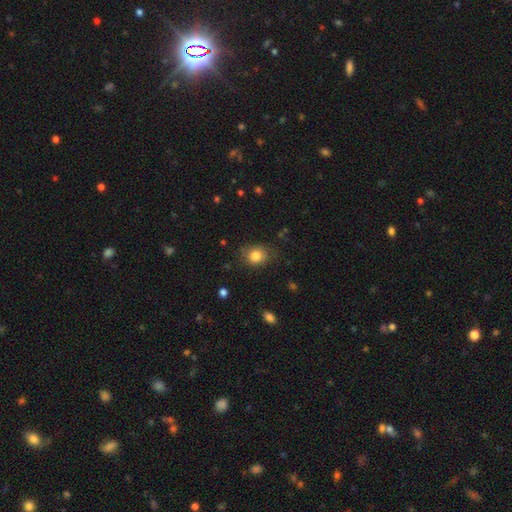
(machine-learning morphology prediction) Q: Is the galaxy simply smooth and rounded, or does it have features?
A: smooth — 82%.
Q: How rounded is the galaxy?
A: round — 58%.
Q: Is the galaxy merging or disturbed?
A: none — 73%.